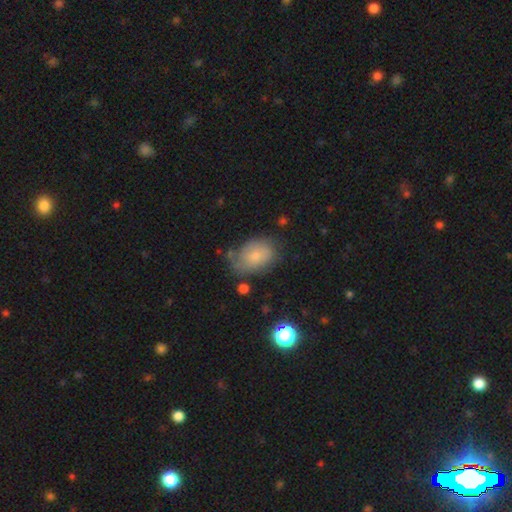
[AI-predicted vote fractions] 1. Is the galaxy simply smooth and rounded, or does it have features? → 58% smooth, 33% featured or disk, 9% star or artifact.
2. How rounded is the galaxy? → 78% in between, 21% round, 1% cigar-shaped.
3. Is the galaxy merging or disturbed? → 53% none, 30% minor disturbance, 13% major disturbance, 4% merger.